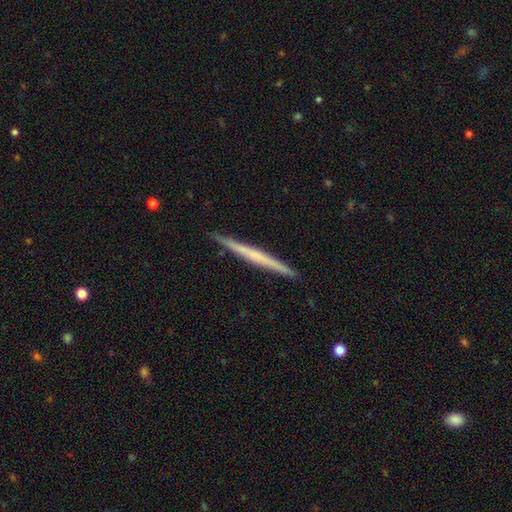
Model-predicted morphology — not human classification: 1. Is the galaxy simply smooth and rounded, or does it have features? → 56% featured or disk, 38% smooth, 5% star or artifact.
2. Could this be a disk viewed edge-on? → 98% yes, 2% no.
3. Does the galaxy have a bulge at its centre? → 77% none, 16% rounded, 7% boxy.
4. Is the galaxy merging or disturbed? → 92% none, 6% minor disturbance, 1% major disturbance, 1% merger.